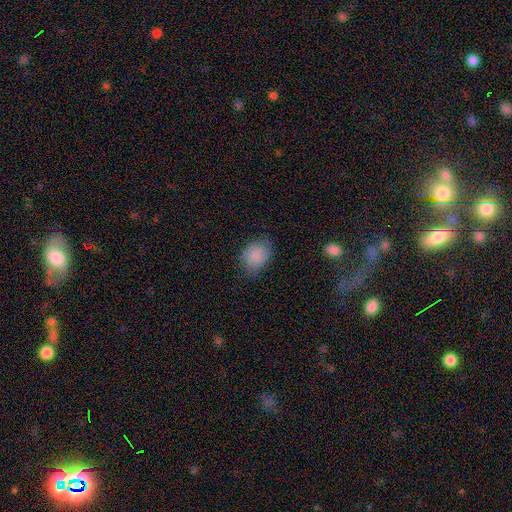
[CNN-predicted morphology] Q: Smooth or featured?
A: smooth (85%); runner-up: star or artifact (8%)
Q: How rounded?
A: in between (64%); runner-up: round (35%)
Q: Merging?
A: none (71%); runner-up: minor disturbance (22%)